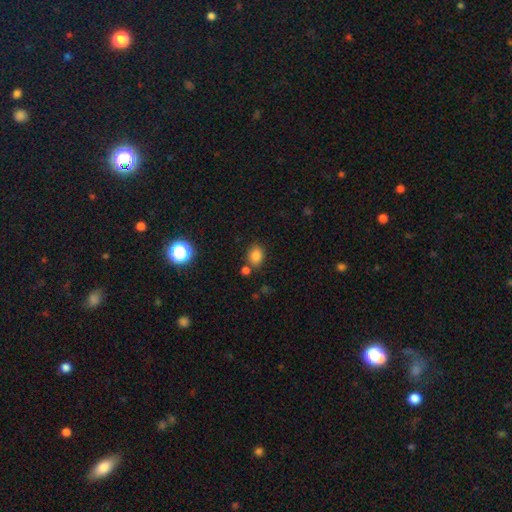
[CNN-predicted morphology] This appears to be a smooth galaxy with no disk features (82%) that is round (50%). Merging: none (72%).